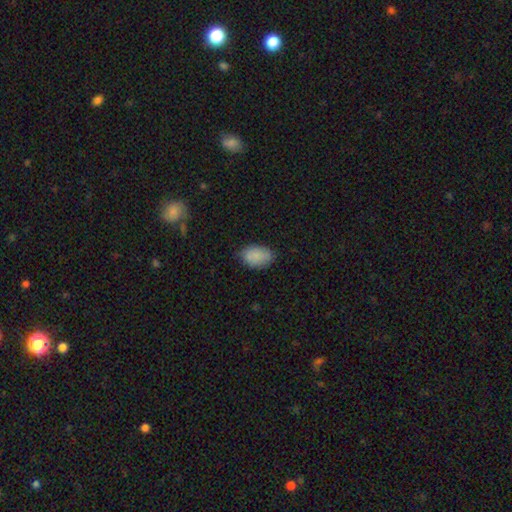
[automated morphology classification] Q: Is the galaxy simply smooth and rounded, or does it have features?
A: smooth — 85%.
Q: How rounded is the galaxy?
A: in between — 86%.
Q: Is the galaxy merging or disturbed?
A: none — 74%.